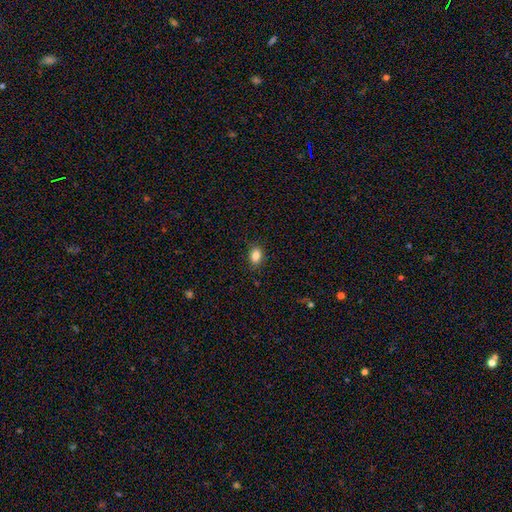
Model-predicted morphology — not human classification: Smooth or featured: smooth — 86% (star or artifact — 10%)
How rounded: in between — 77% (round — 21%)
Merging: none — 87% (minor disturbance — 10%)